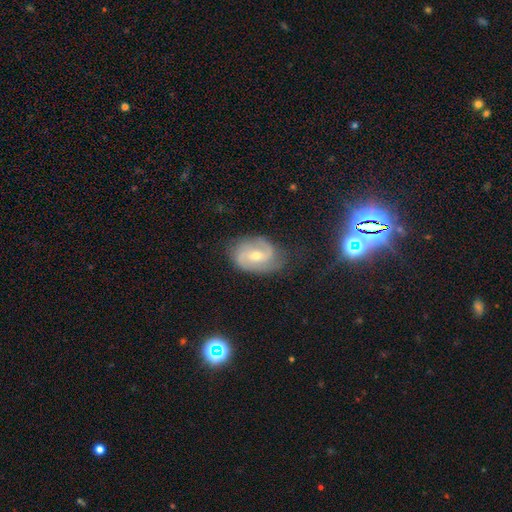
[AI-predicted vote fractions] Q: Smooth or featured?
A: featured or disk (78%); runner-up: smooth (13%)
Q: Edge-on disk?
A: no (97%); runner-up: yes (3%)
Q: Bar?
A: weak (47%); runner-up: no (35%)
Q: Spiral arms?
A: yes (93%); runner-up: no (7%)
Q: Spiral winding?
A: medium (47%); runner-up: tight (28%)
Q: Spiral arm count?
A: 2 (80%); runner-up: can't tell (10%)
Q: Bulge size?
A: moderate (52%); runner-up: small (45%)
Q: Merging?
A: none (73%); runner-up: minor disturbance (19%)